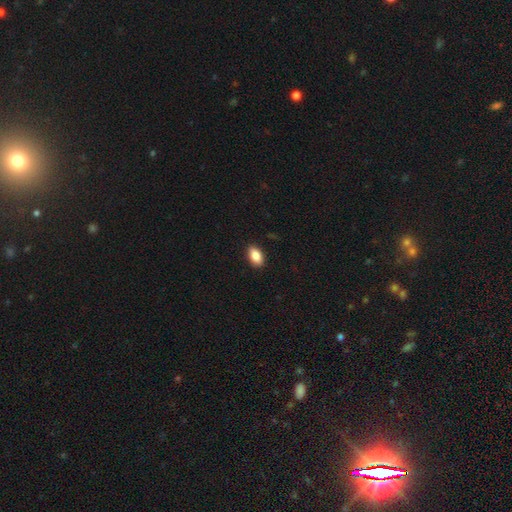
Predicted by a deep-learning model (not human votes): Smooth or featured?
  - smooth: 87% *
  - star or artifact: 7%
  - featured or disk: 6%
How rounded?
  - in between: 92% *
  - round: 5%
  - cigar-shaped: 3%
Merging?
  - none: 90% *
  - minor disturbance: 7%
  - major disturbance: 2%
  - merger: 1%